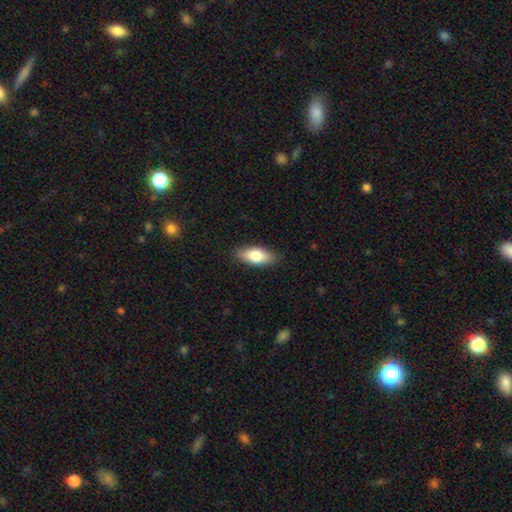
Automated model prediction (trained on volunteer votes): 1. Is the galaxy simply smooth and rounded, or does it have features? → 77% smooth, 17% featured or disk, 6% star or artifact.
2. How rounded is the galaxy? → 81% in between, 16% cigar-shaped, 3% round.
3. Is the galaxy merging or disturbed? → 86% none, 11% minor disturbance, 2% major disturbance, 1% merger.